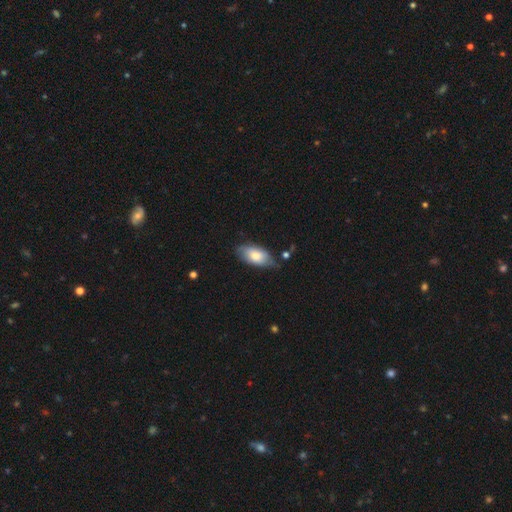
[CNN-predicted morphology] Smooth or featured? smooth (68%)
How rounded? in between (91%)
Merging? none (59%)